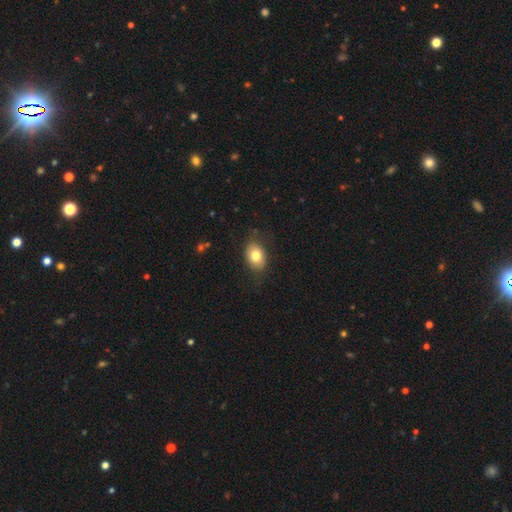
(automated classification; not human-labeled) A smooth galaxy with no disk features (79%) that is in between round and cigar-shaped (80%).

Vote fractions:
- Smooth or featured? smooth: 79% / featured or disk: 13% / star or artifact: 8%
- How rounded? in between: 80% / round: 19% / cigar-shaped: 1%
- Merging? none: 80% / minor disturbance: 15% / major disturbance: 4% / merger: 1%